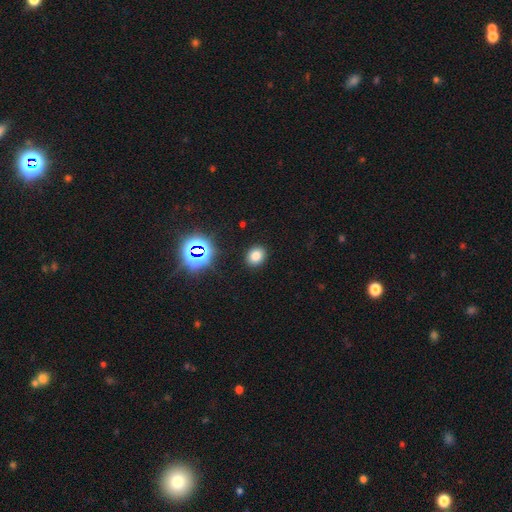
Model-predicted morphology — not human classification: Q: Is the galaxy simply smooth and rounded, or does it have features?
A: smooth — 77%.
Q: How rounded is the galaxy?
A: round — 58%.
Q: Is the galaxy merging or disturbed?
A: none — 89%.